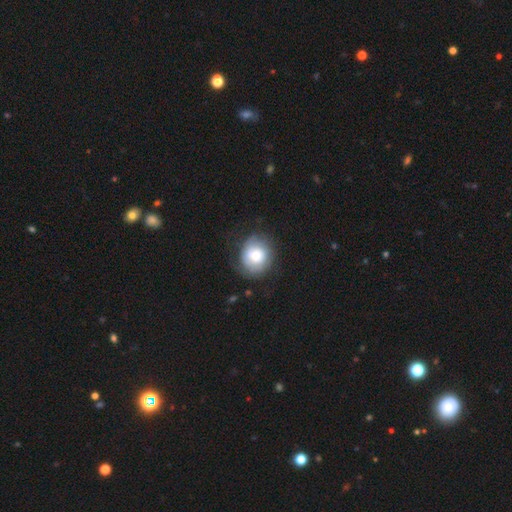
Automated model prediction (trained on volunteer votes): Overall: smooth (52%; featured or disk 40%). How rounded: round (81%). Merging: none (67%).